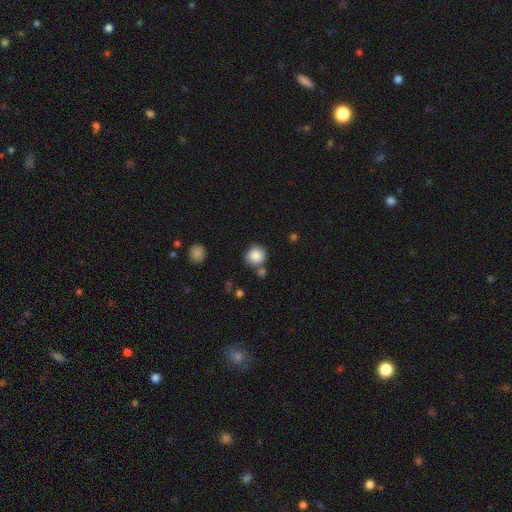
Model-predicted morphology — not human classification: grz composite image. It shows a smooth galaxy with no disk features (87%) that is round (90%). Merging: none (73%).